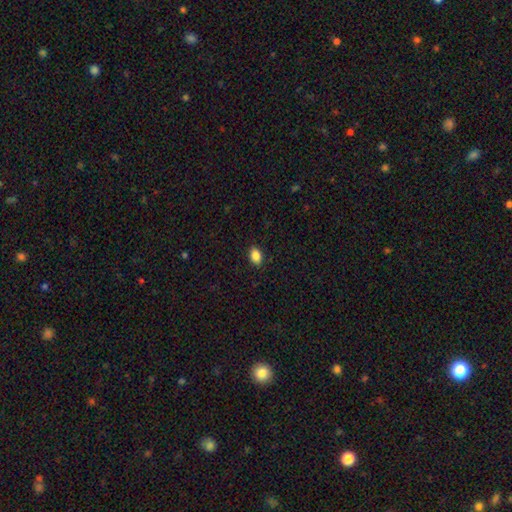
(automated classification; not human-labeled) A smooth galaxy with no disk features (87%) that is in between round and cigar-shaped (83%). Merging: none (88%).